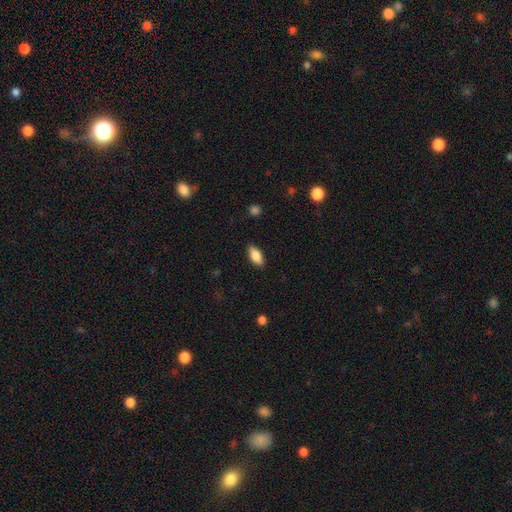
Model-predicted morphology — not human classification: Q: Smooth or featured?
A: smooth (83%); runner-up: featured or disk (10%)
Q: How rounded?
A: in between (87%); runner-up: cigar-shaped (11%)
Q: Merging?
A: none (87%); runner-up: minor disturbance (9%)